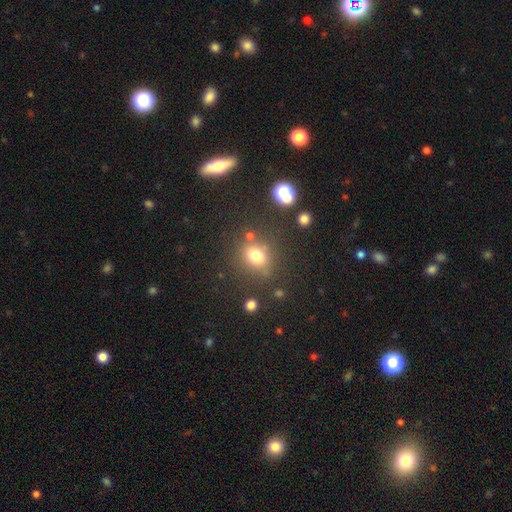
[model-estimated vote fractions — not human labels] Overall: smooth (73%). How rounded: round (64%; in between 35%). Merging: none (72%).